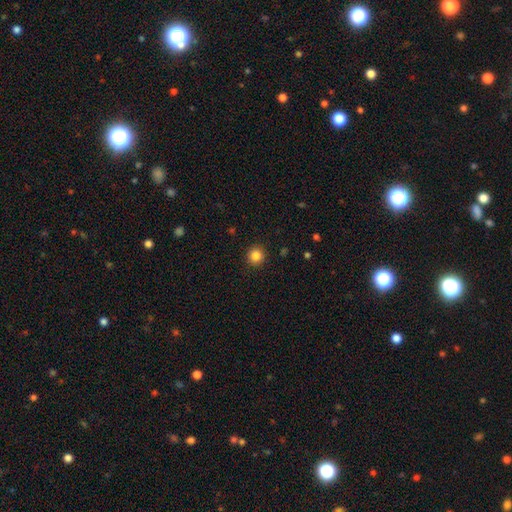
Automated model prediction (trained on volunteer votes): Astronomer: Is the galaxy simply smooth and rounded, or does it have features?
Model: smooth — 85%.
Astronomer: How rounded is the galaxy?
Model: round — 94%.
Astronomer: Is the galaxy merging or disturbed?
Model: none — 92%.